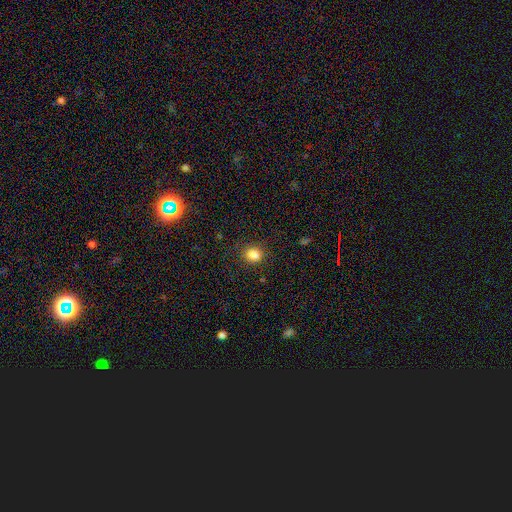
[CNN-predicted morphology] Smooth or featured?
  - smooth: 85% *
  - star or artifact: 12%
  - featured or disk: 4%
How rounded?
  - round: 64% *
  - in between: 35%
  - cigar-shaped: 1%
Merging?
  - none: 82% *
  - minor disturbance: 12%
  - major disturbance: 4%
  - merger: 2%